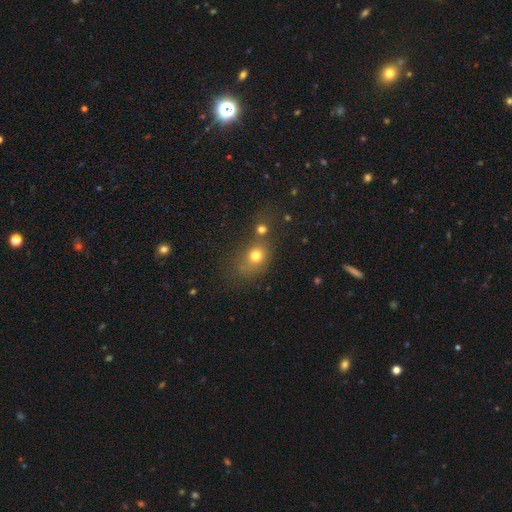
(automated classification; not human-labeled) Smooth or featured?
  - smooth: 72% *
  - star or artifact: 16%
  - featured or disk: 12%
How rounded?
  - round: 57% *
  - in between: 42%
  - cigar-shaped: 1%
Merging?
  - none: 45% *
  - merger: 32%
  - minor disturbance: 14%
  - major disturbance: 9%